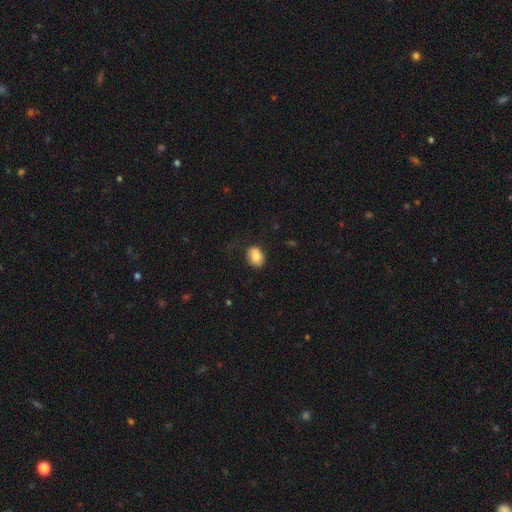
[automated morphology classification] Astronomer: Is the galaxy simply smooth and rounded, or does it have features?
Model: smooth — 83%.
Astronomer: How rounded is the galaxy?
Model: in between — 63%.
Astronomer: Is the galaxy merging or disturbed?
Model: none — 74%.